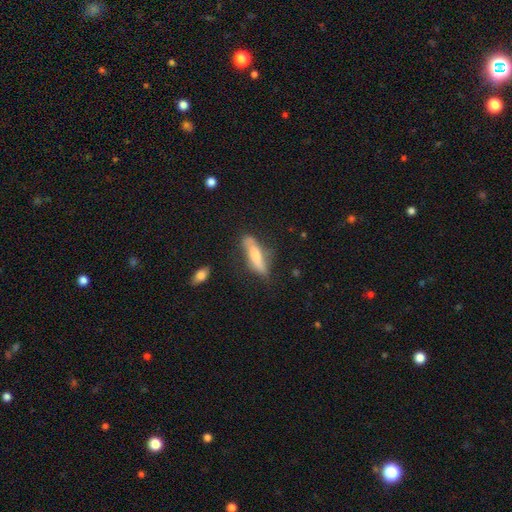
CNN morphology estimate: smooth-or-featured: smooth: 64% | featured or disk: 29% | star or artifact: 6%
  how-rounded: cigar-shaped: 65% | in between: 33% | round: 2%
  merging: none: 61% | minor disturbance: 26% | major disturbance: 9% | merger: 4%